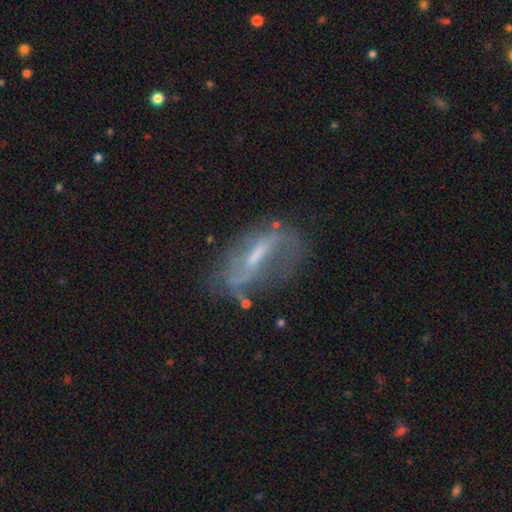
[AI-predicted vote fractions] smooth-or-featured: featured or disk: 68% | smooth: 23% | star or artifact: 9%
  disk-edge-on: no: 84% | yes: 16%
    bar: strong: 41% | weak: 39% | no: 20%
    has-spiral-arms: yes: 61% | no: 39%
    bulge-size: small: 41% | moderate: 33% | none: 20% | large: 4% | dominant: 1%
  merging: none: 50% | minor disturbance: 25% | major disturbance: 22% | merger: 4%